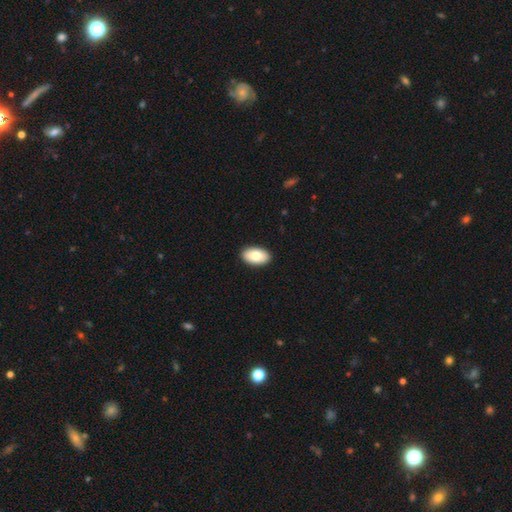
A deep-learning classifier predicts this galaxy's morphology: A smooth galaxy with no disk features (81%) that is in between round and cigar-shaped (94%).

Vote fractions:
- Smooth or featured? smooth: 81% / featured or disk: 13% / star or artifact: 6%
- How rounded? in between: 94% / round: 4% / cigar-shaped: 1%
- Merging? none: 91% / minor disturbance: 6% / major disturbance: 1% / merger: 1%